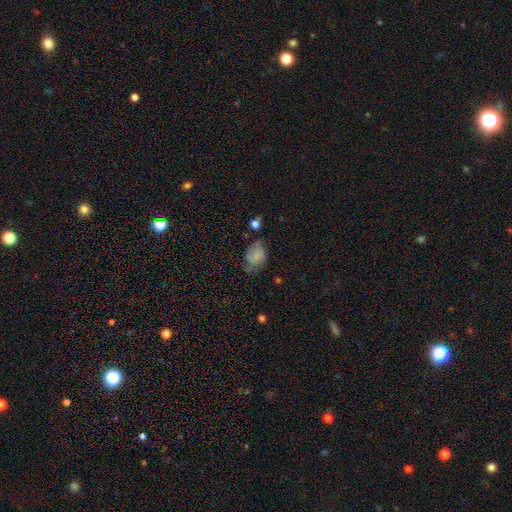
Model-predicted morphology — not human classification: Smooth or featured?
  - smooth: 60% *
  - featured or disk: 29%
  - star or artifact: 11%
How rounded?
  - in between: 66% *
  - round: 33%
  - cigar-shaped: 1%
Merging?
  - none: 41% *
  - minor disturbance: 34%
  - major disturbance: 20%
  - merger: 5%